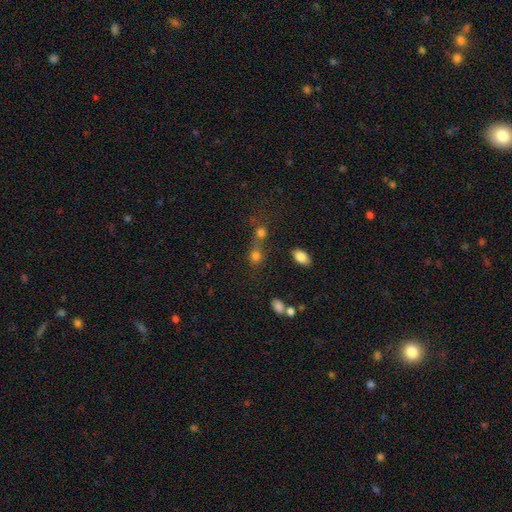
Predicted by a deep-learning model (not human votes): Smooth or featured? smooth (70%)
How rounded? round (71%)
Merging? none (44%)